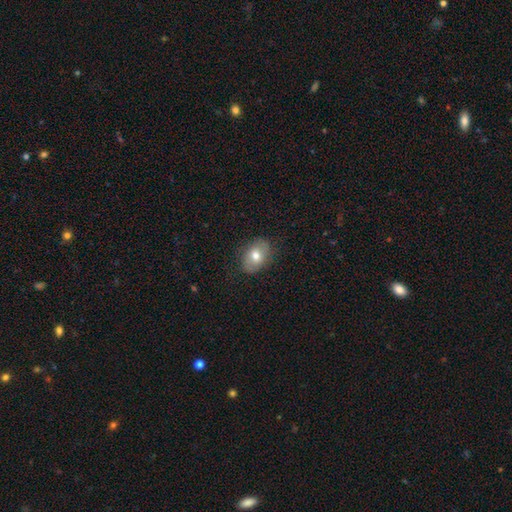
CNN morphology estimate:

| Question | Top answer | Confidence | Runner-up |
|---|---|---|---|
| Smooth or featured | smooth | 69% | featured or disk (23%) |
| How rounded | in between | 74% | round (24%) |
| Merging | none | 80% | minor disturbance (15%) |